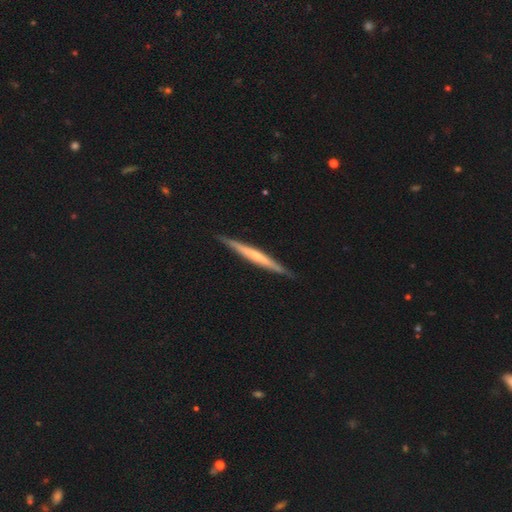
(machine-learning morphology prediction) This appears to be a featured or disk galaxy (60%) viewed edge-on (97%) with no central bulge (69%). Merging: none (90%).